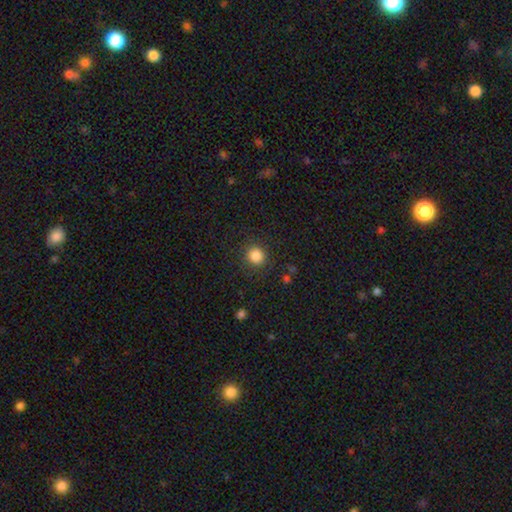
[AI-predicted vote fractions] This appears to be a smooth galaxy with no disk features (85%) that is round (88%). Merging: none (88%).